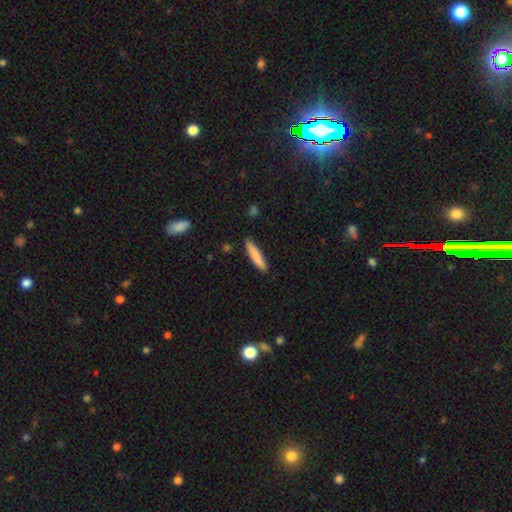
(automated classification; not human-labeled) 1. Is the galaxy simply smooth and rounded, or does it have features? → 84% smooth, 10% featured or disk, 6% star or artifact.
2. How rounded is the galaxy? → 87% cigar-shaped, 12% in between, 1% round.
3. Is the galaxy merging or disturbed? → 88% none, 9% minor disturbance, 2% major disturbance, 1% merger.